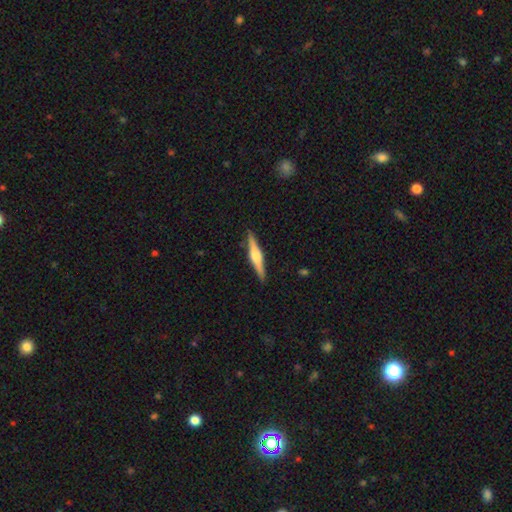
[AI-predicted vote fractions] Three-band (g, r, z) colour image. It shows a featured or disk galaxy (69%) viewed edge-on (98%) with a rounded central bulge (87%). Merging: none (91%).